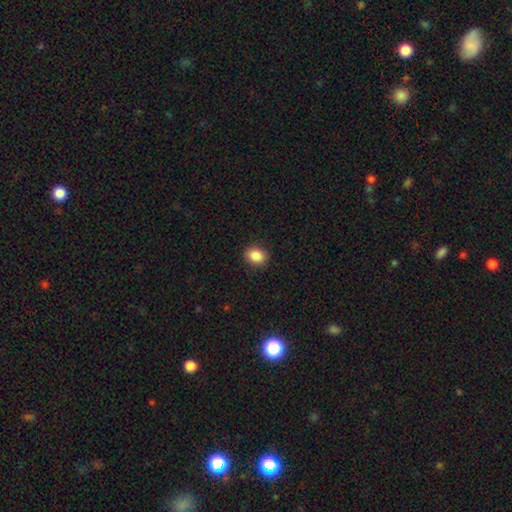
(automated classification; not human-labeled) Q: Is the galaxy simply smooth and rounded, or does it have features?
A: smooth — 87%.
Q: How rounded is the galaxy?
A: in between — 51%.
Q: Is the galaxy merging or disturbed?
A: none — 90%.